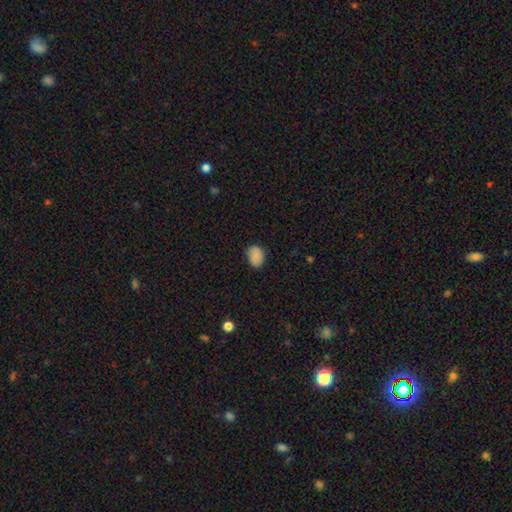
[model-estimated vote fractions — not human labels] The model was most divided on "how rounded": in between: 60%, round: 39%, cigar-shaped: 1%. More confident: smooth or featured — smooth (85%); merging — none (79%).